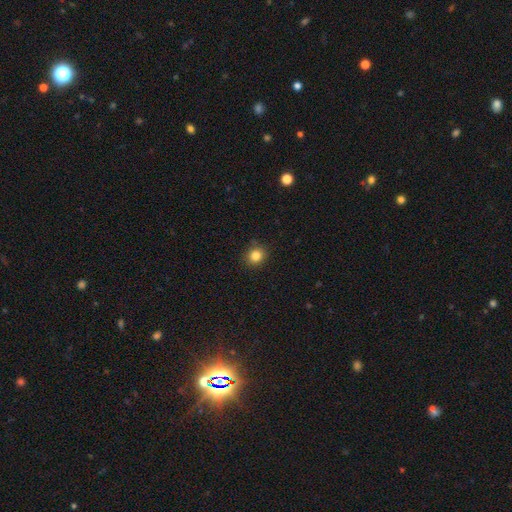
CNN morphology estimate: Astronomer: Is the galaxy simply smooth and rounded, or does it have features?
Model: smooth — 84%.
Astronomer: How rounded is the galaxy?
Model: round — 83%.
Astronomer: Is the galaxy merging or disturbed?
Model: none — 88%.